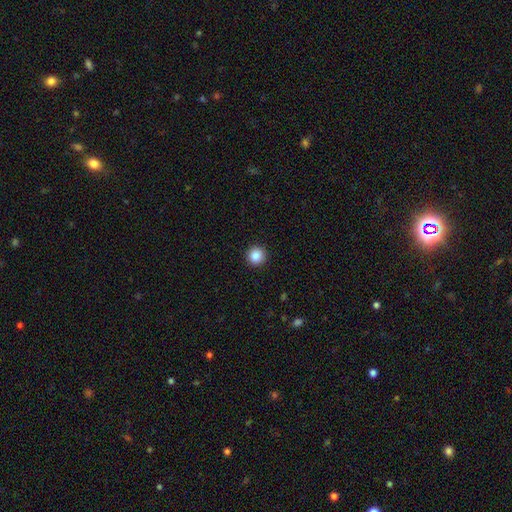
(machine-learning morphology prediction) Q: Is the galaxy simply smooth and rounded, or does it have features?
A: smooth — 87%.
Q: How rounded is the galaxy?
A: round — 96%.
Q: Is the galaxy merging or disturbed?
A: none — 93%.